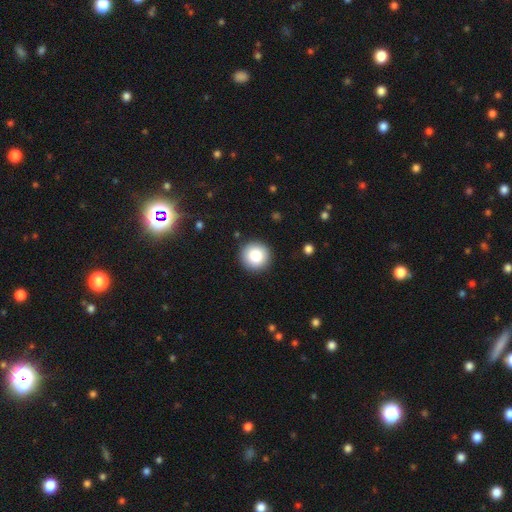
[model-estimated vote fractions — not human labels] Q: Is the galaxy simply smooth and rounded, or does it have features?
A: smooth — 83%.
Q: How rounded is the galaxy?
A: round — 95%.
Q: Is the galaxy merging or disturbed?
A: none — 91%.